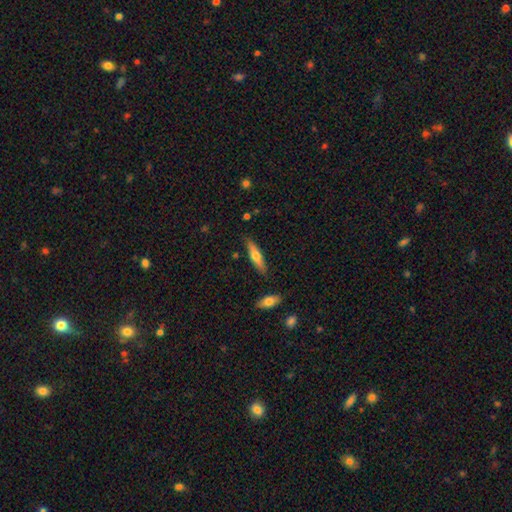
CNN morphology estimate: The model was most divided on "smooth or featured": smooth: 52%, featured or disk: 42%, star or artifact: 6%. More confident: merging — none (83%); how rounded — cigar-shaped (76%).